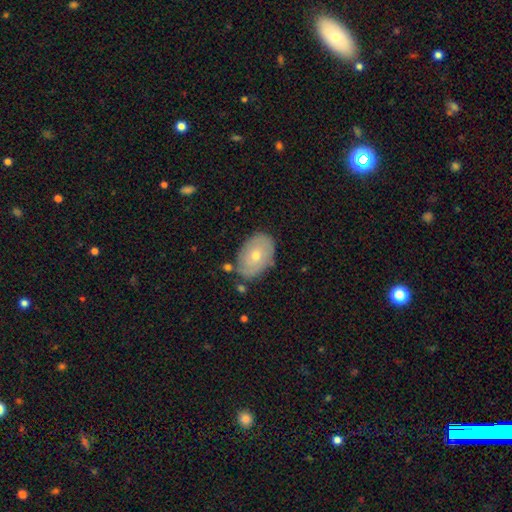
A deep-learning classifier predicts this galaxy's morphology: A smooth galaxy with no disk features (53%) that is in between round and cigar-shaped (85%). Merging: none (75%).